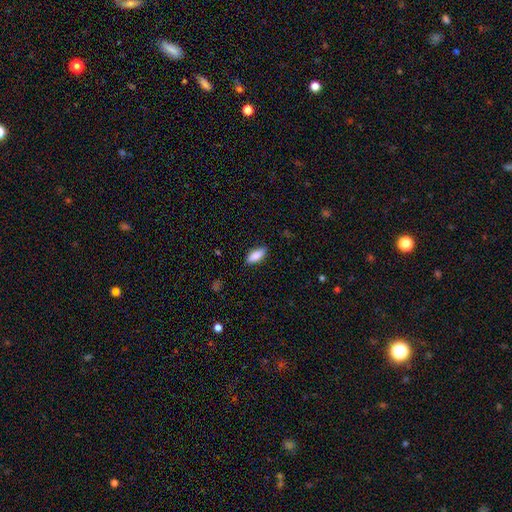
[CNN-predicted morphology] This is clearly a smooth galaxy (86%). How rounded: likely in between (77%). Merging: clearly none (85%).